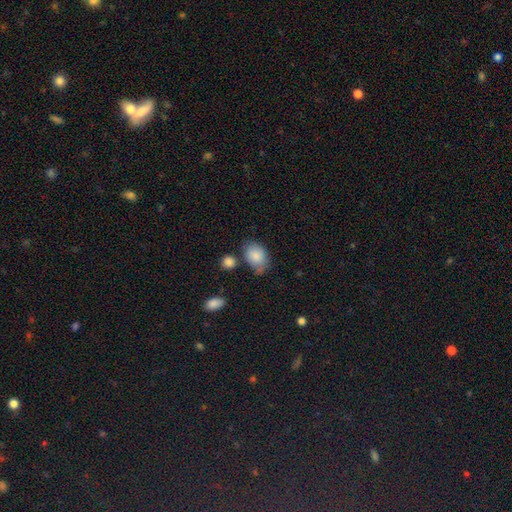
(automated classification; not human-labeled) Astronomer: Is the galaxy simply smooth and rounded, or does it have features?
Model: smooth — 85%.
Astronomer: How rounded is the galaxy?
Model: in between — 79%.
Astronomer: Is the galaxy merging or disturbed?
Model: none — 54%.